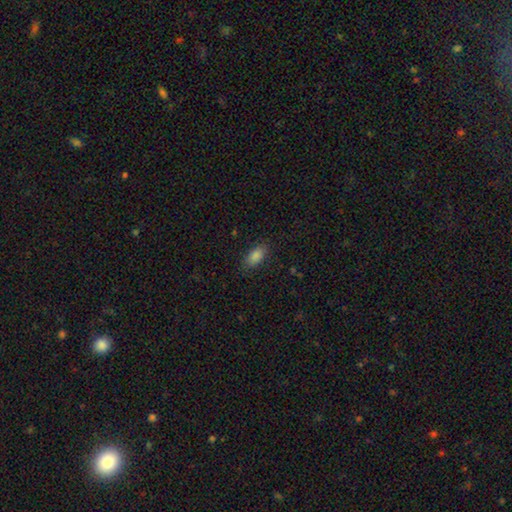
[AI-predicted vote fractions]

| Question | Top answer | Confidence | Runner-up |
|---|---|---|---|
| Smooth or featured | smooth | 85% | star or artifact (9%) |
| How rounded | in between | 89% | cigar-shaped (7%) |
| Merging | none | 85% | minor disturbance (11%) |